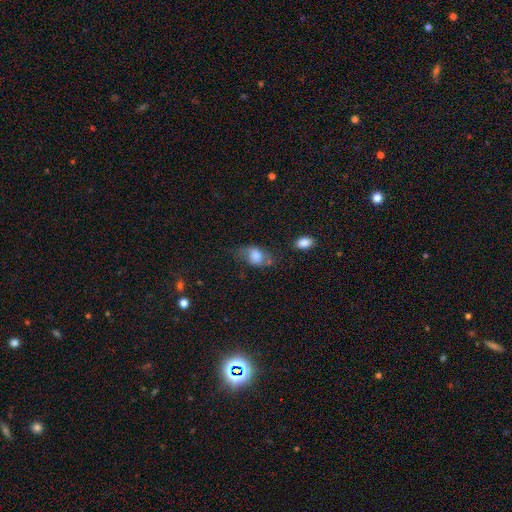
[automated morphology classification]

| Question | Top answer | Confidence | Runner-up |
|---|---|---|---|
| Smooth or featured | smooth | 72% | featured or disk (19%) |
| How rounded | in between | 77% | round (21%) |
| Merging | none | 43% | minor disturbance (30%) |